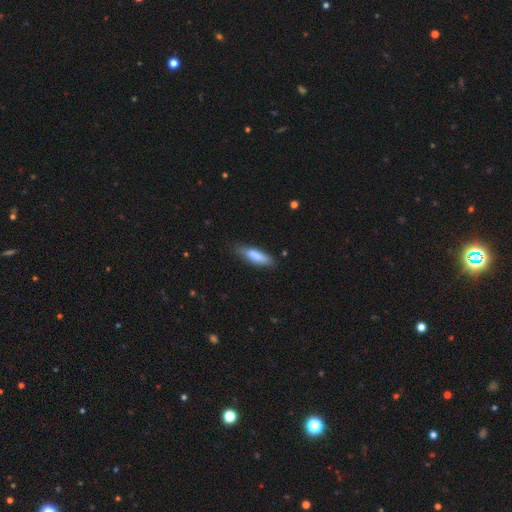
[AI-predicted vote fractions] This appears to be a smooth galaxy with no disk features (81%) that is cigar-shaped (60%). Merging: none (75%).